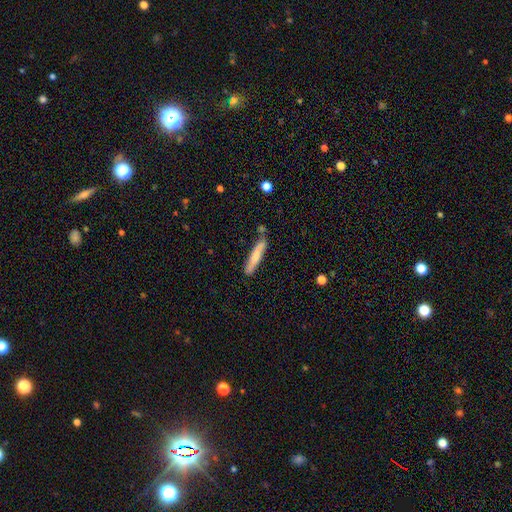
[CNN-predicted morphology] smooth_or_featured: smooth (p=0.69) [alt: featured or disk p=0.26]
how_rounded: cigar-shaped (p=0.91) [alt: in between p=0.08]
merging: none (p=0.77) [alt: minor disturbance p=0.15]